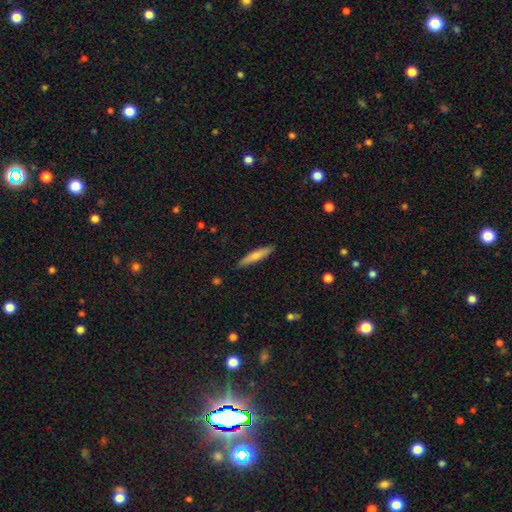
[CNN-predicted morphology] Q: Smooth or featured?
A: smooth (72%); runner-up: featured or disk (22%)
Q: How rounded?
A: cigar-shaped (88%); runner-up: in between (10%)
Q: Merging?
A: none (89%); runner-up: minor disturbance (8%)